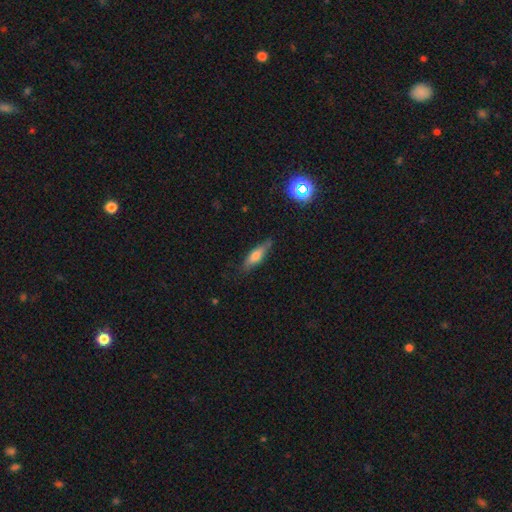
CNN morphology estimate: This is likely a smooth galaxy (64%). How rounded: possibly cigar-shaped (57%). Merging: likely none (77%).